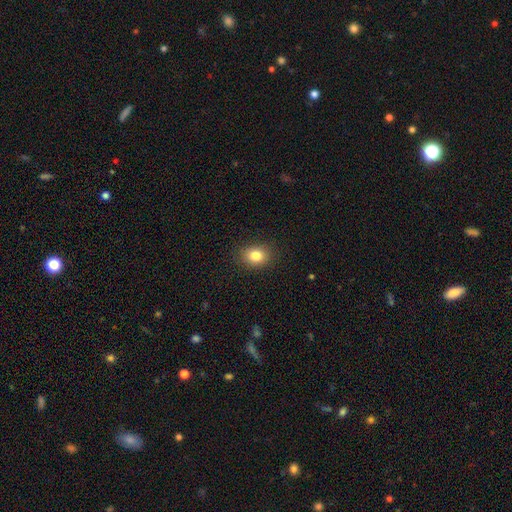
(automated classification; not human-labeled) Morphology: type=smooth (82%); roundness=in between (51%); merging=none (87%).